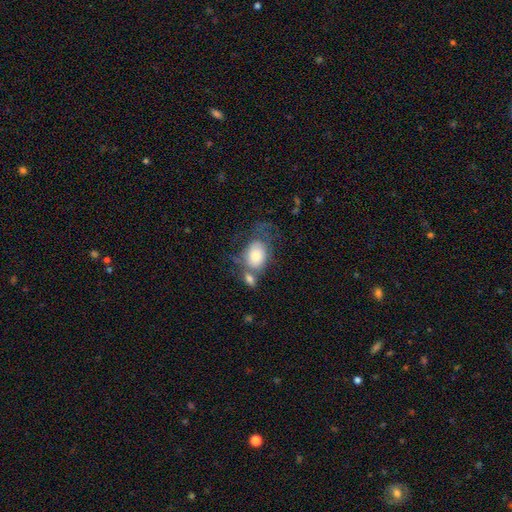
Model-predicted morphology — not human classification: A smooth galaxy with no disk features (67%) that is in between round and cigar-shaped (74%).

Vote fractions:
- Smooth or featured? smooth: 67% / featured or disk: 25% / star or artifact: 8%
- How rounded? in between: 74% / round: 24% / cigar-shaped: 2%
- Merging? merger: 31% / none: 28% / major disturbance: 22% / minor disturbance: 20%